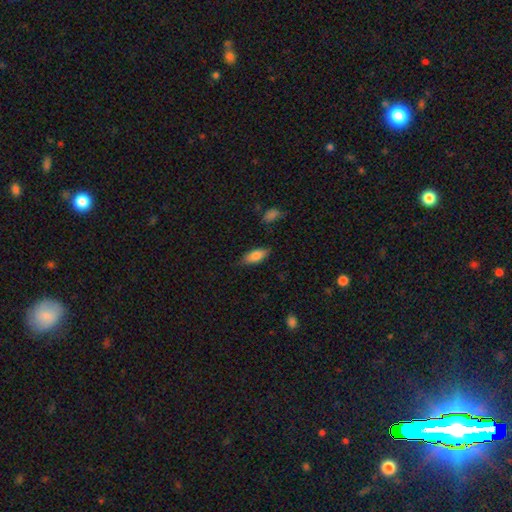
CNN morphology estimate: Smooth or featured? Predicted: smooth (p=0.81). How rounded? Predicted: in between (p=0.77). Merging? Predicted: none (p=0.82).